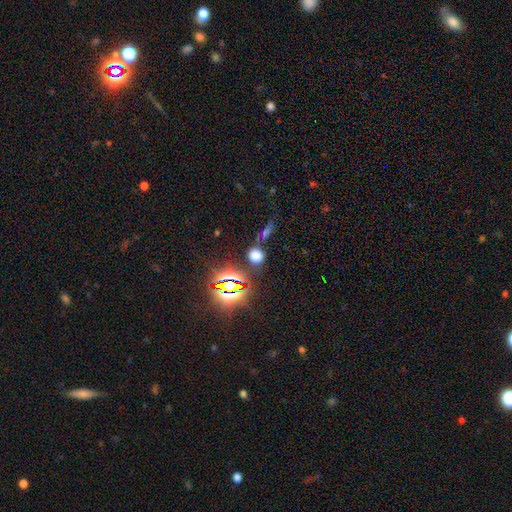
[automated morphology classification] smooth_or_featured: smooth (p=0.58) [alt: star or artifact p=0.34]
how_rounded: round (p=0.75) [alt: in between p=0.22]
merging: none (p=0.71) [alt: merger p=0.12]